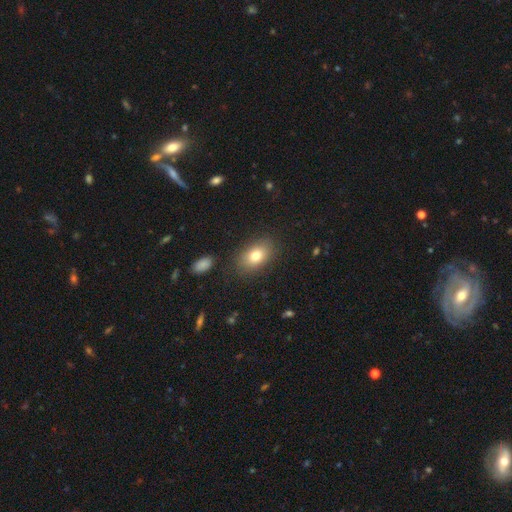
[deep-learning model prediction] smooth_or_featured: smooth (p=0.79) [alt: featured or disk p=0.12]
how_rounded: in between (p=0.85) [alt: round p=0.14]
merging: none (p=0.84) [alt: minor disturbance p=0.10]